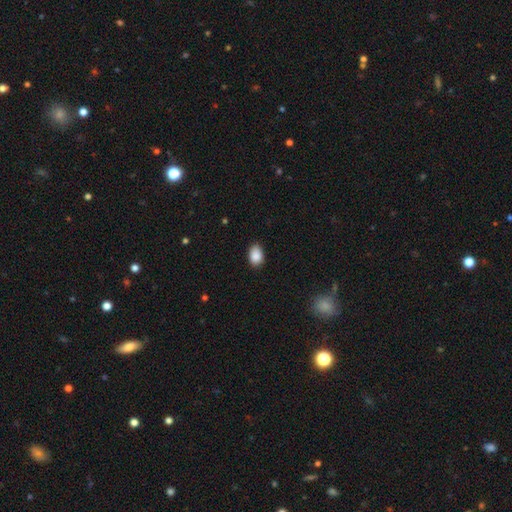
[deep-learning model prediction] smooth-or-featured: smooth: 89% | star or artifact: 7% | featured or disk: 4%
  how-rounded: in between: 87% | round: 12% | cigar-shaped: 1%
  merging: none: 83% | minor disturbance: 13% | major disturbance: 2% | merger: 1%